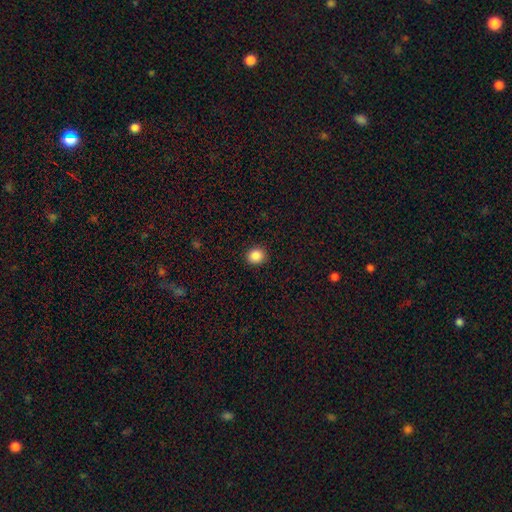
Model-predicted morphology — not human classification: smooth_or_featured: smooth (p=0.87) [alt: star or artifact p=0.10]
how_rounded: round (p=0.85) [alt: in between p=0.14]
merging: none (p=0.92) [alt: minor disturbance p=0.05]